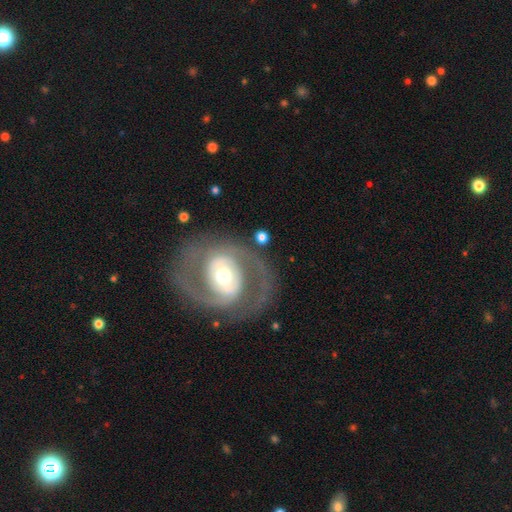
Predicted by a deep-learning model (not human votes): Smooth or featured: featured or disk — 82% (smooth — 12%)
Edge-on disk: no — 96% (yes — 4%)
Bar: weak — 38% (strong — 33%)
Spiral arms: yes — 85% (no — 15%)
Spiral winding: tight — 45% (medium — 42%)
Spiral arm count: 2 — 80% (can't tell — 9%)
Bulge size: moderate — 52% (small — 33%)
Merging: none — 78% (minor disturbance — 12%)